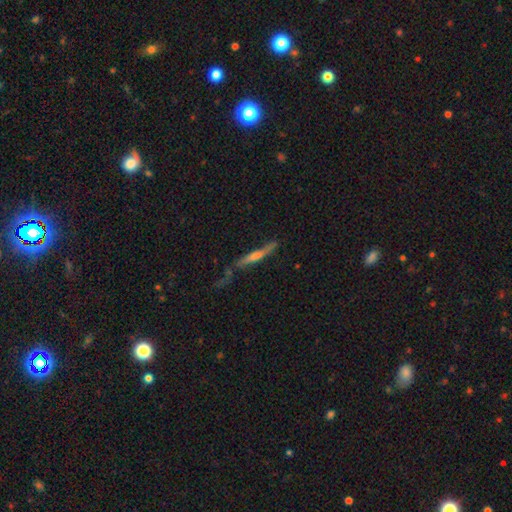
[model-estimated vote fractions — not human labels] This is possibly a featured or disk galaxy (57%). It is clearly viewed edge-on (90%). Edge-on bulge: possibly rounded (48%). Merging: possibly none (59%).